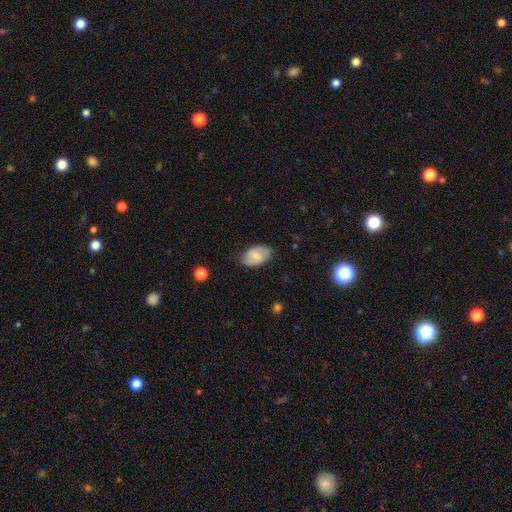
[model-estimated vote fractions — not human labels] Smooth or featured: smooth — 68% (featured or disk — 25%)
How rounded: in between — 92% (round — 6%)
Merging: none — 79% (minor disturbance — 16%)